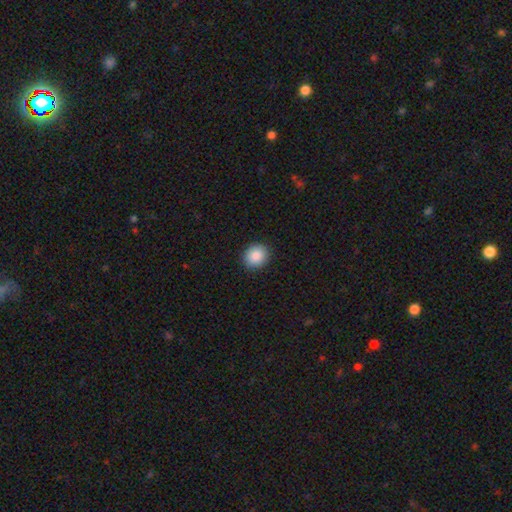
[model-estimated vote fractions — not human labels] Smooth or featured?
  - smooth: 89% *
  - star or artifact: 8%
  - featured or disk: 4%
How rounded?
  - round: 71% *
  - in between: 28%
  - cigar-shaped: 1%
Merging?
  - none: 91% *
  - minor disturbance: 6%
  - major disturbance: 2%
  - merger: 1%